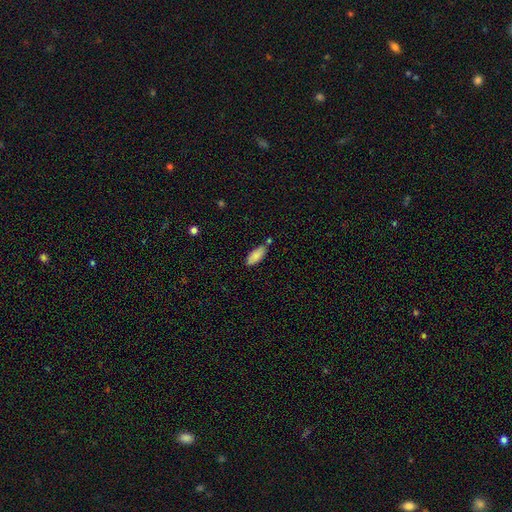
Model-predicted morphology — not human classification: The model was most divided on "merging": none: 70%, minor disturbance: 17%, merger: 10%, major disturbance: 3%. More confident: smooth or featured — smooth (85%); how rounded — in between (81%).